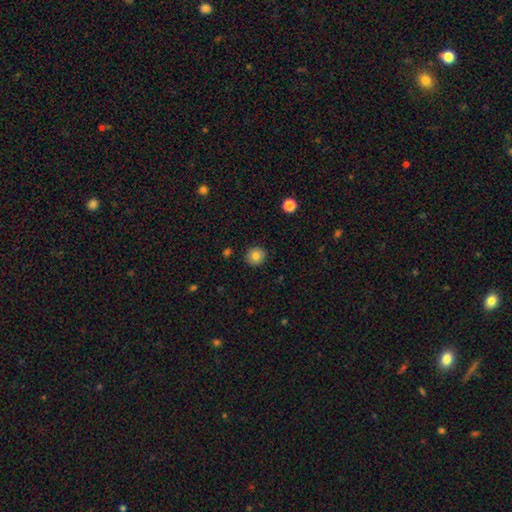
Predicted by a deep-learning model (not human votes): Q: Smooth or featured?
A: smooth (82%); runner-up: star or artifact (10%)
Q: How rounded?
A: round (89%); runner-up: in between (10%)
Q: Merging?
A: none (90%); runner-up: minor disturbance (7%)